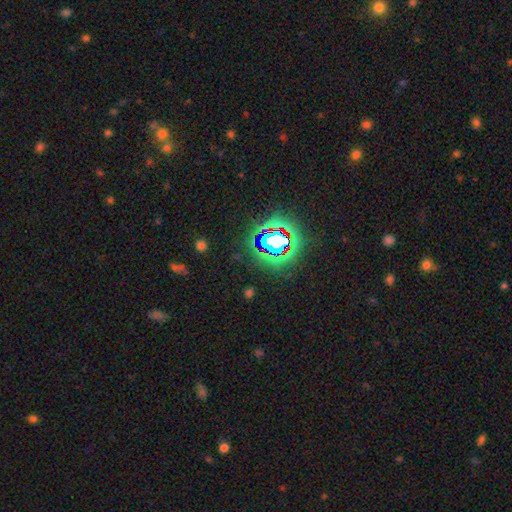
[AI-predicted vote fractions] Overall: star or artifact (78%).